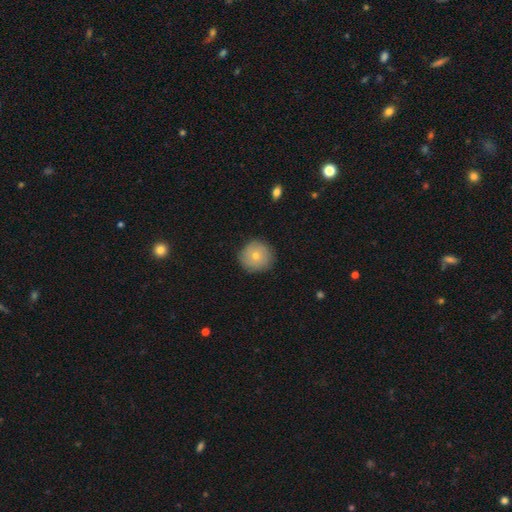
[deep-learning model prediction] Smooth or featured: smooth — 72% (featured or disk — 20%)
How rounded: round — 94% (in between — 5%)
Merging: none — 86% (minor disturbance — 10%)